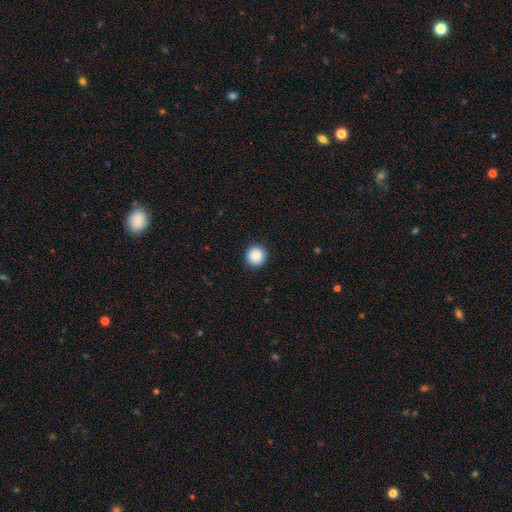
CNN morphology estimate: Smooth or featured?
  - smooth: 89% *
  - star or artifact: 8%
  - featured or disk: 3%
How rounded?
  - round: 95% *
  - in between: 4%
  - cigar-shaped: 1%
Merging?
  - none: 92% *
  - minor disturbance: 5%
  - major disturbance: 2%
  - merger: 1%